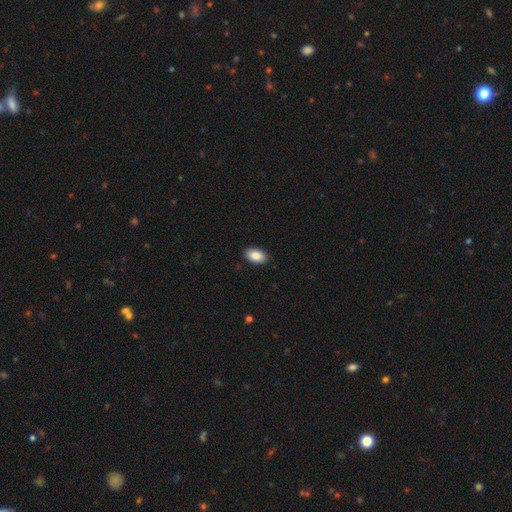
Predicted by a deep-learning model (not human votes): smooth-or-featured: smooth: 89% | star or artifact: 7% | featured or disk: 5%
  how-rounded: in between: 94% | round: 4% | cigar-shaped: 2%
  merging: none: 89% | minor disturbance: 8% | major disturbance: 2% | merger: 1%